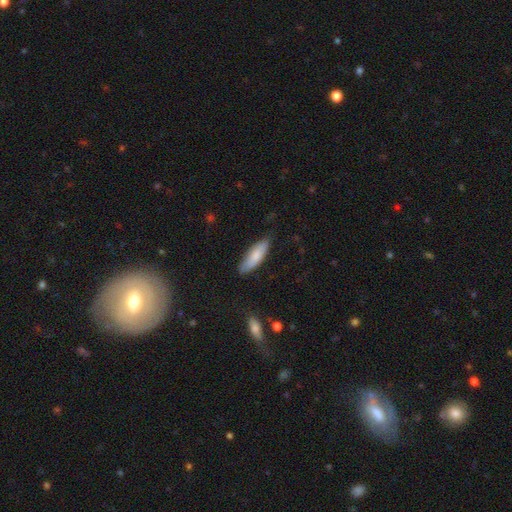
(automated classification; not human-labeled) Morphology: type=smooth (80%); roundness=in between (51%); merging=none (79%).